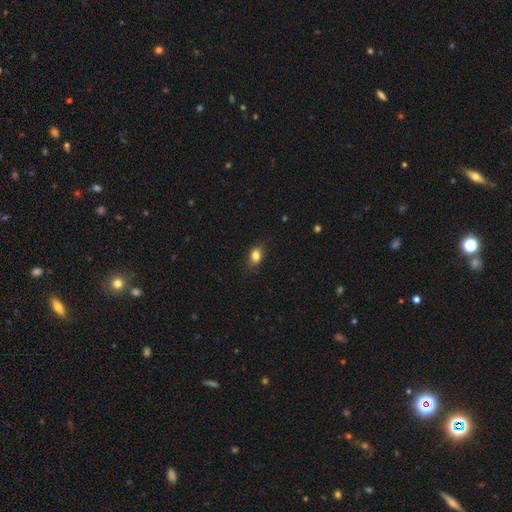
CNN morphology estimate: Smooth or featured? smooth (83%)
How rounded? in between (77%)
Merging? none (83%)